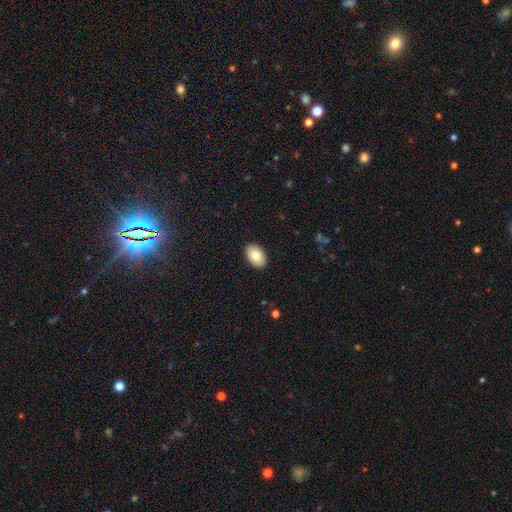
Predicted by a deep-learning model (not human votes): Morphology: type=smooth (79%); roundness=in between (90%); merging=none (90%).